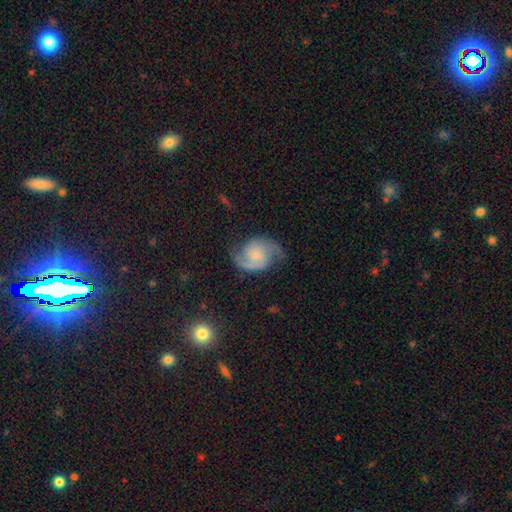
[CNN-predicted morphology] A featured or disk galaxy (85%) with no bar (68%), 2 (92%) medium (54%) spiral arms (97%) and a small central bulge (53%).

Vote fractions:
- Smooth or featured? featured or disk: 85% / smooth: 9% / star or artifact: 6%
- Edge-on disk? no: 98% / yes: 2%
- Bar? no: 68% / weak: 28% / strong: 5%
- Spiral arms? yes: 97% / no: 3%
- Spiral winding? medium: 54% / tight: 24% / loose: 22%
- Spiral arm count? 2: 92% / can't tell: 3% / 1: 2% / 3: 1% / 4: 1% / more than 4: 1%
- Bulge size? small: 53% / moderate: 30% / none: 12% / large: 4% / dominant: 2%
- Merging? none: 74% / minor disturbance: 17% / major disturbance: 7% / merger: 1%